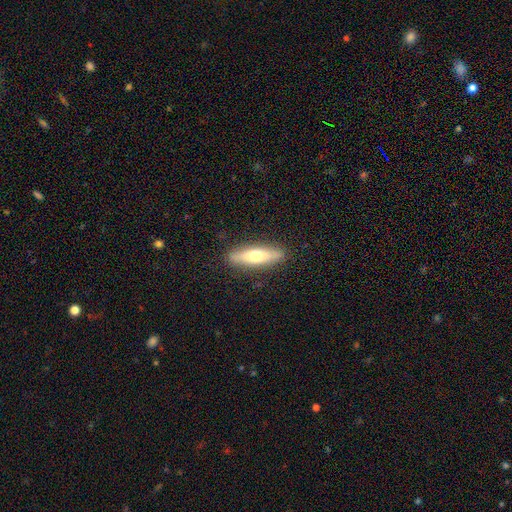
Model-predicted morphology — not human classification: Smooth or featured?
  - smooth: 53% *
  - featured or disk: 41%
  - star or artifact: 6%
How rounded?
  - cigar-shaped: 73% *
  - in between: 25%
  - round: 2%
Merging?
  - none: 89% *
  - minor disturbance: 8%
  - major disturbance: 2%
  - merger: 1%